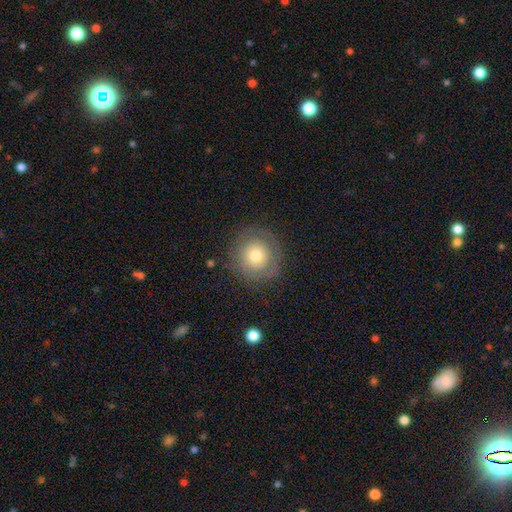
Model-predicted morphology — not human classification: smooth 61%, featured or disk 29%, star or artifact 10%. Down the decision tree: how rounded — round (93%); merging — none (82%).